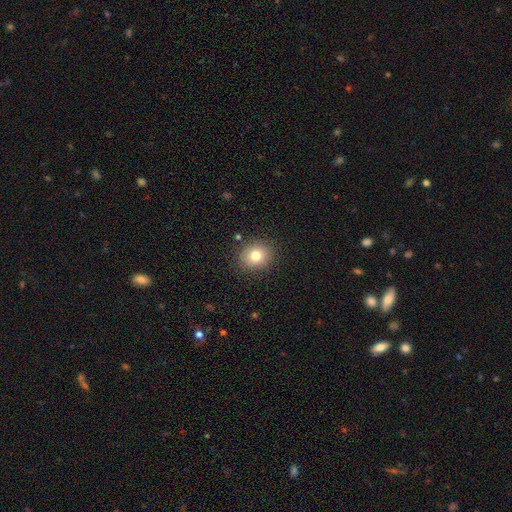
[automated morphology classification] Overall: smooth (79%). How rounded: round (74%). Merging: none (88%).